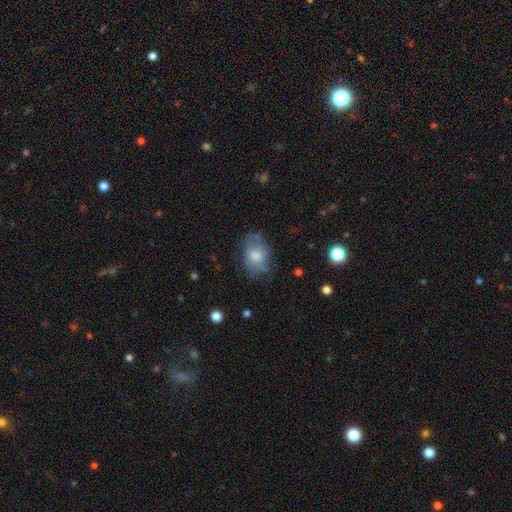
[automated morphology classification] type=smooth (64%); roundness=in between (78%); merging=none (58%).